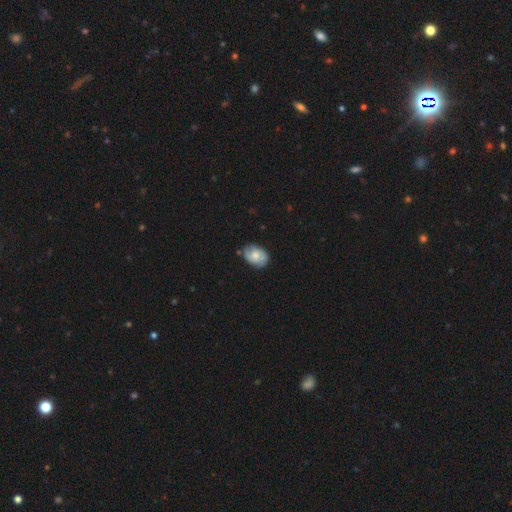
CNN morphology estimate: A smooth galaxy with no disk features (53%) that is in between round and cigar-shaped (75%).

Vote fractions:
- Smooth or featured? smooth: 53% / featured or disk: 40% / star or artifact: 7%
- How rounded? in between: 75% / round: 24% / cigar-shaped: 1%
- Merging? none: 72% / minor disturbance: 22% / major disturbance: 4% / merger: 2%